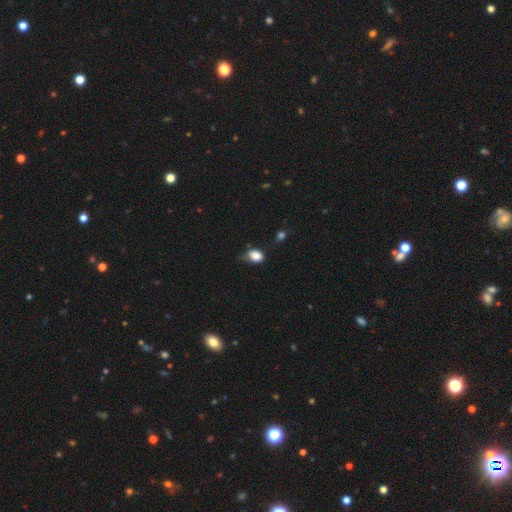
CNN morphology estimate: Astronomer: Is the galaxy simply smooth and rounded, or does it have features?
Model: smooth — 83%.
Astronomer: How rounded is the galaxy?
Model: in between — 67%.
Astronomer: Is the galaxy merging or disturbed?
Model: none — 44% (runner-up: minor disturbance, 40%).